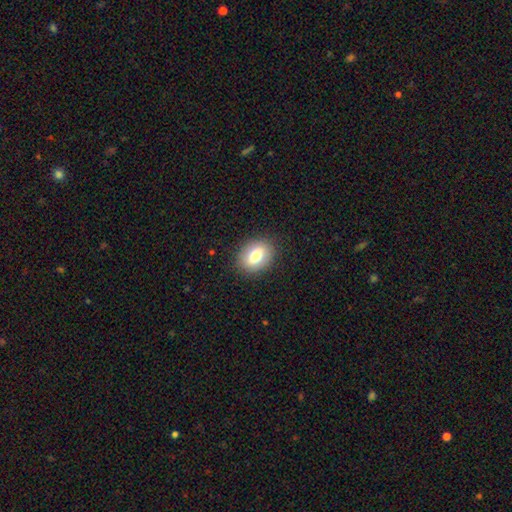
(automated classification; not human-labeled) Overall: smooth (75%). How rounded: in between (61%; round 37%). Merging: none (87%).